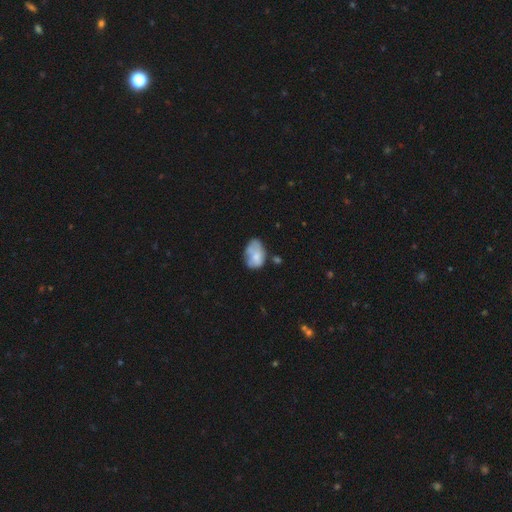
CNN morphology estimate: smooth-or-featured: smooth: 68% | featured or disk: 24% | star or artifact: 8%
  how-rounded: in between: 84% | round: 14% | cigar-shaped: 1%
  merging: none: 38% | minor disturbance: 35% | major disturbance: 17% | merger: 11%